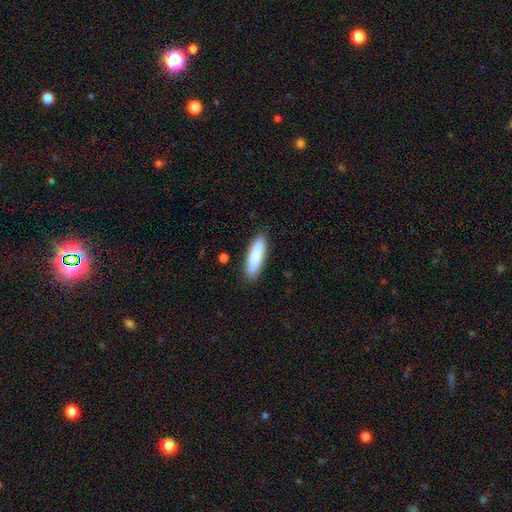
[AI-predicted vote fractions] Q: Smooth or featured?
A: smooth (82%); runner-up: featured or disk (13%)
Q: How rounded?
A: cigar-shaped (69%); runner-up: in between (30%)
Q: Merging?
A: none (85%); runner-up: minor disturbance (11%)